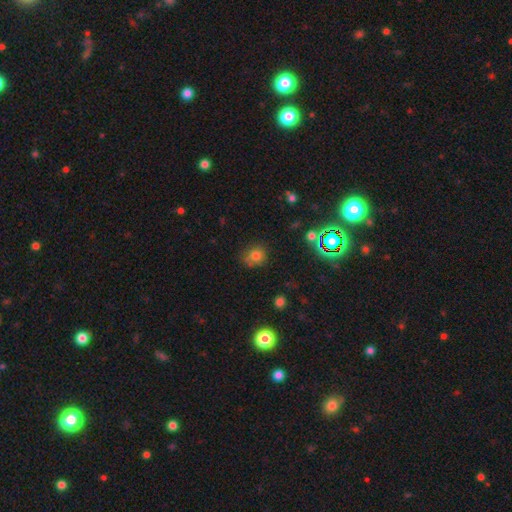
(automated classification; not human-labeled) Smooth or featured: smooth — 72% (star or artifact — 19%)
How rounded: round — 77% (in between — 22%)
Merging: none — 70% (minor disturbance — 19%)